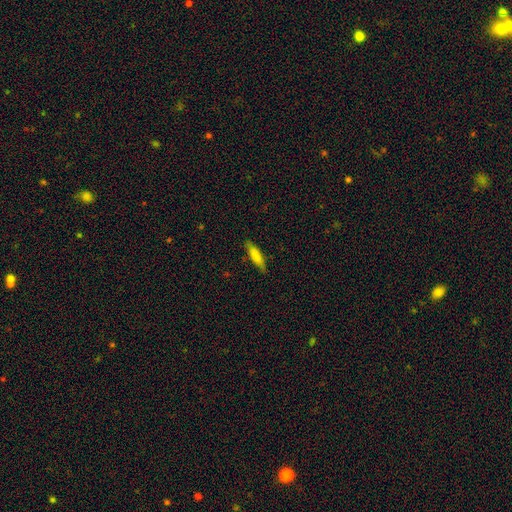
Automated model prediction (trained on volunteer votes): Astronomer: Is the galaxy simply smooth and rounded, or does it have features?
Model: smooth — 77%.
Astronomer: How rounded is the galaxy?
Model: cigar-shaped — 75%.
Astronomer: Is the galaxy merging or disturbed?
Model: none — 83%.